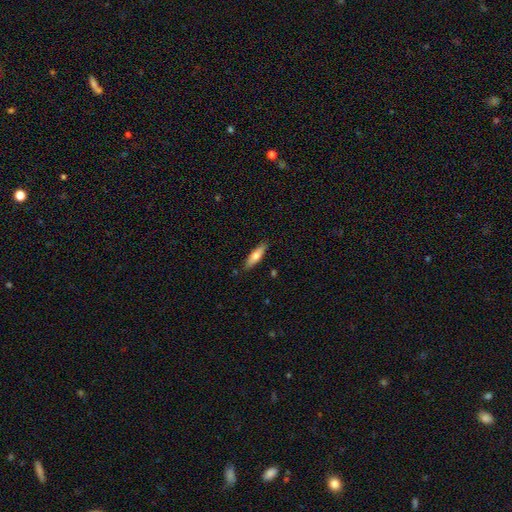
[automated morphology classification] smooth 66%, featured or disk 28%, star or artifact 6%. Down the decision tree: how rounded — cigar-shaped (63%); merging — none (87%).